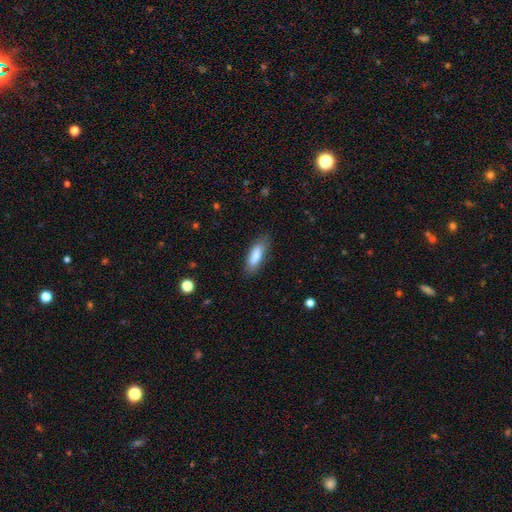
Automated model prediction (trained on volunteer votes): Overall: smooth (80%). How rounded: in between (59%; cigar-shaped 39%). Merging: none (81%).